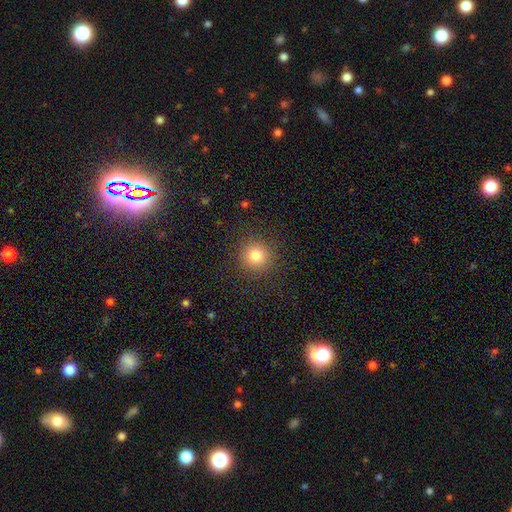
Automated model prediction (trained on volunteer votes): smooth_or_featured: smooth (p=0.81) [alt: star or artifact p=0.13]
how_rounded: round (p=0.94) [alt: in between p=0.05]
merging: none (p=0.90) [alt: minor disturbance p=0.06]